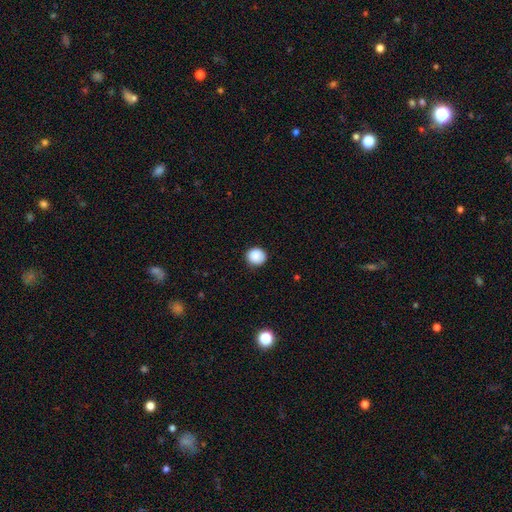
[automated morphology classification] A smooth galaxy with no disk features (88%) that is round (91%). Merging: none (87%).